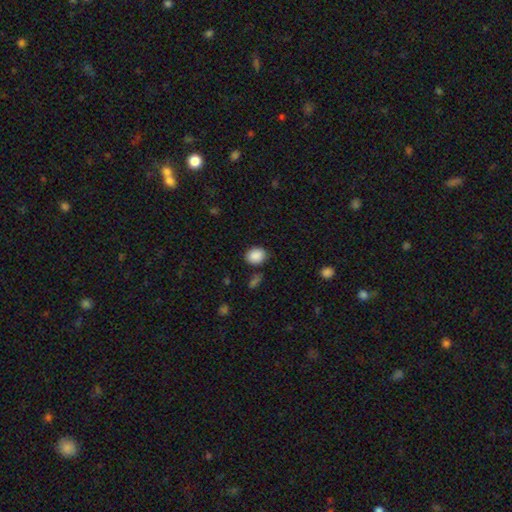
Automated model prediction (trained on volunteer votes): A smooth galaxy with no disk features (88%) that is in between round and cigar-shaped (54%). Merging: none (80%).